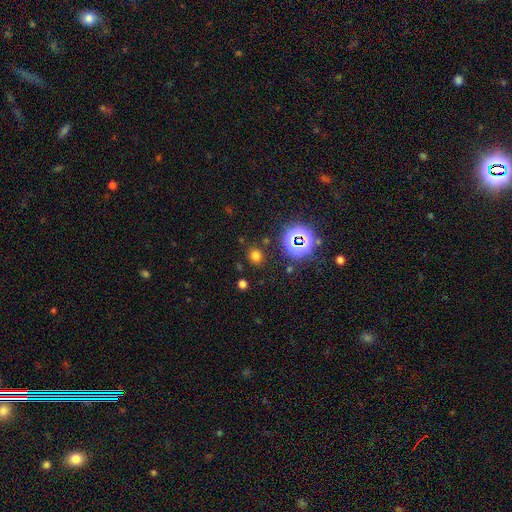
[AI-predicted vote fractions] The model was most divided on "smooth or featured": smooth: 67%, star or artifact: 27%, featured or disk: 6%. More confident: merging — none (85%); how rounded — round (77%).